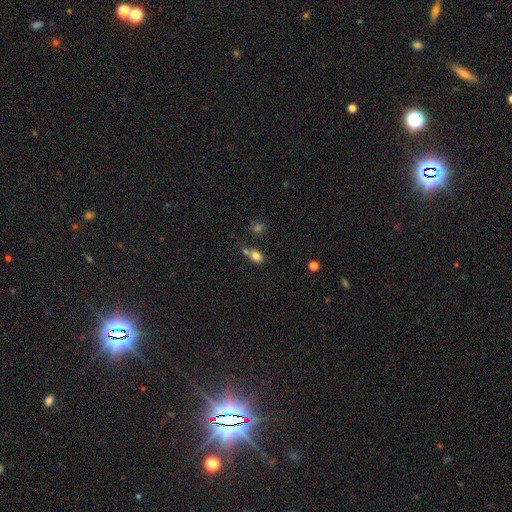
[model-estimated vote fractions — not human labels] Smooth or featured?
  - smooth: 81% *
  - star or artifact: 11%
  - featured or disk: 8%
How rounded?
  - in between: 66% *
  - round: 33%
  - cigar-shaped: 2%
Merging?
  - none: 46% *
  - merger: 34%
  - minor disturbance: 14%
  - major disturbance: 6%